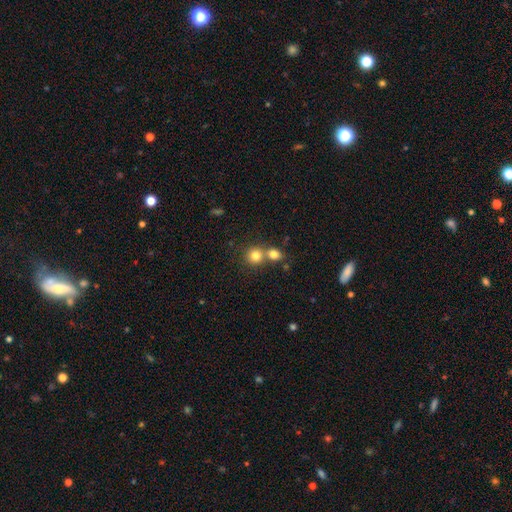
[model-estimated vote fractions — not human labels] Overall: smooth (79%). How rounded: round (86%). Merging: none (48%; merger 43%).